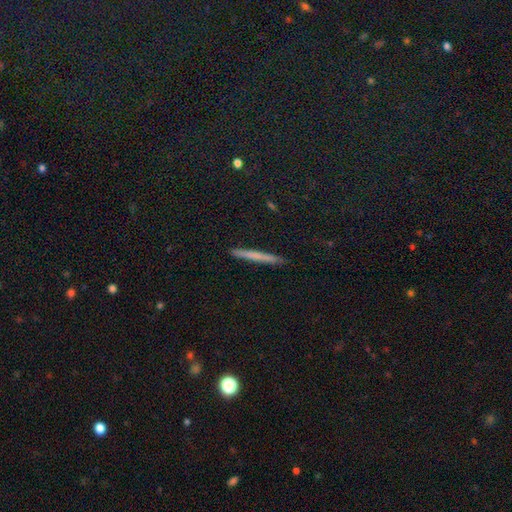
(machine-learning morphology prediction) Overall: smooth (58%; featured or disk 33%). How rounded: cigar-shaped (96%). Merging: none (91%).